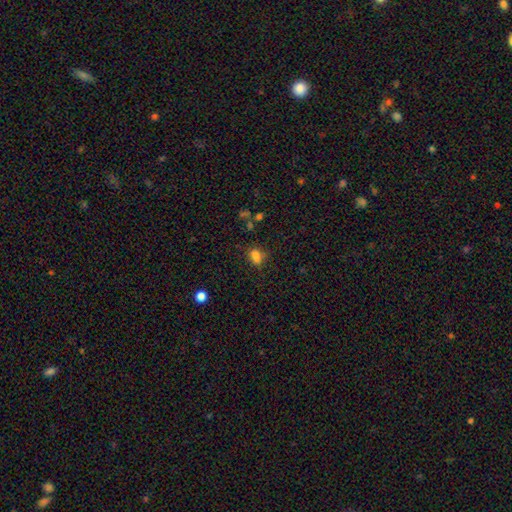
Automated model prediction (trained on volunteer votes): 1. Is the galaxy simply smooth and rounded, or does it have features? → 74% smooth, 17% star or artifact, 8% featured or disk.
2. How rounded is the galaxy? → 66% in between, 30% round, 4% cigar-shaped.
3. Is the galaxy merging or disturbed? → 56% none, 19% minor disturbance, 17% merger, 8% major disturbance.